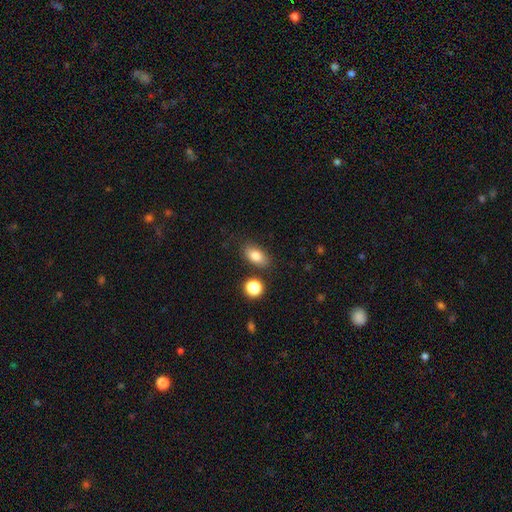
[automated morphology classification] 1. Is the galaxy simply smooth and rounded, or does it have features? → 82% smooth, 9% featured or disk, 9% star or artifact.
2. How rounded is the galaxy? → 87% in between, 9% round, 4% cigar-shaped.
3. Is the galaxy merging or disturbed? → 81% none, 11% minor disturbance, 5% merger, 3% major disturbance.